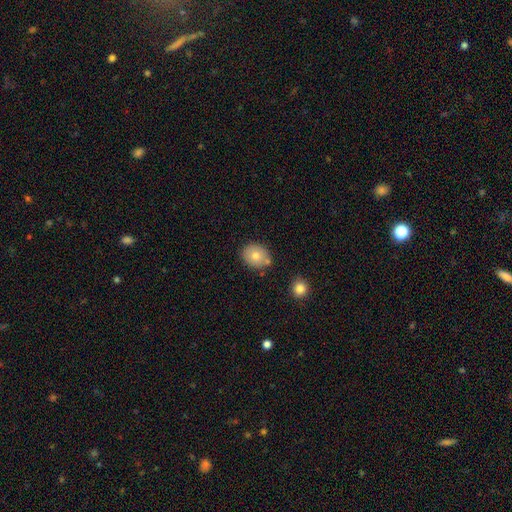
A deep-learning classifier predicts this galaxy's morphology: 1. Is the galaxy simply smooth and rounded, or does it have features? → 75% smooth, 16% featured or disk, 9% star or artifact.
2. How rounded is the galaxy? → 66% round, 33% in between, 1% cigar-shaped.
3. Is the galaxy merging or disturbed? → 76% none, 12% minor disturbance, 9% merger, 3% major disturbance.